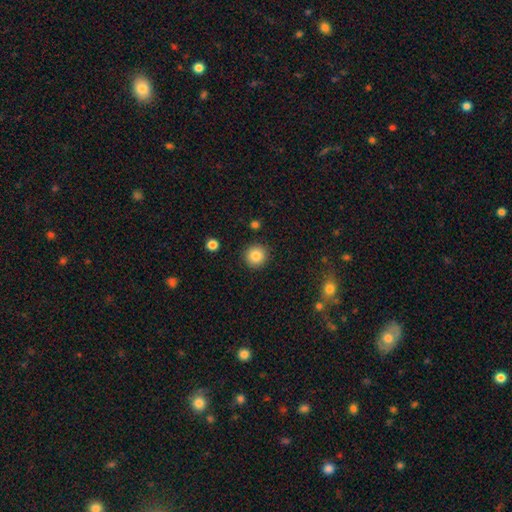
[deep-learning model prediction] The model was most divided on "smooth or featured": smooth: 85%, star or artifact: 10%, featured or disk: 5%. More confident: how rounded — round (94%); merging — none (91%).